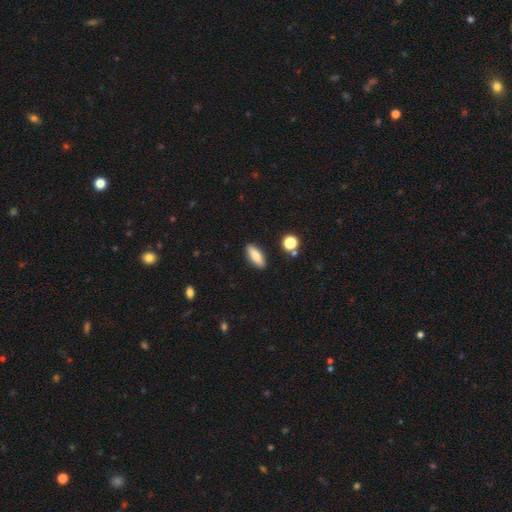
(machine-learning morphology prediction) This is likely a smooth galaxy (79%). How rounded: likely in between (69%). Merging: clearly none (88%).